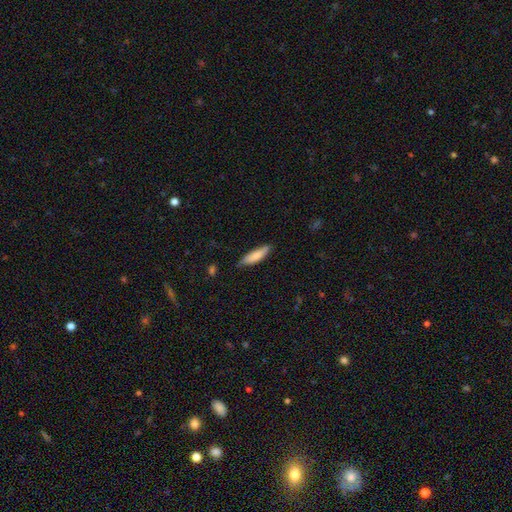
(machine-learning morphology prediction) This appears to be a smooth galaxy with no disk features (80%) that is cigar-shaped (65%). Merging: none (76%).